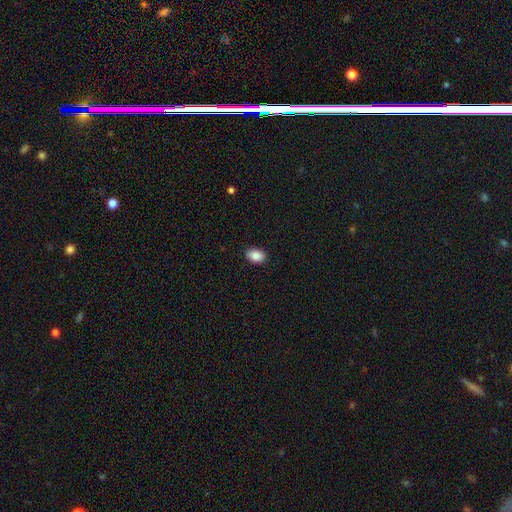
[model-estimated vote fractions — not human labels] smooth 88%, star or artifact 8%, featured or disk 4%. Down the decision tree: how rounded — in between (84%); merging — none (89%).